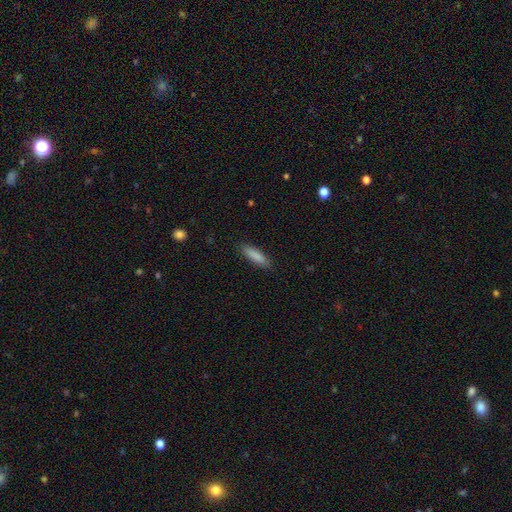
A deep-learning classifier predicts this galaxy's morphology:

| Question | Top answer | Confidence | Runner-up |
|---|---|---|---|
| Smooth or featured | smooth | 86% | featured or disk (7%) |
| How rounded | cigar-shaped | 66% | in between (33%) |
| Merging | none | 86% | minor disturbance (10%) |